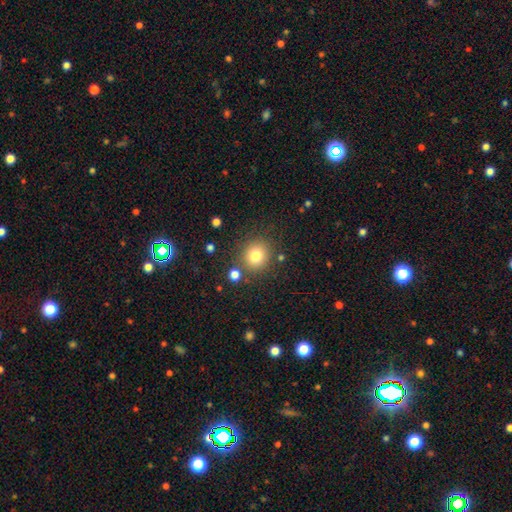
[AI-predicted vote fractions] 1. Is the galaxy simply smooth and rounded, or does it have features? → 79% smooth, 13% star or artifact, 8% featured or disk.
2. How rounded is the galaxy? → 85% round, 14% in between, 1% cigar-shaped.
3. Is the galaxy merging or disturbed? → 82% none, 9% minor disturbance, 6% merger, 3% major disturbance.